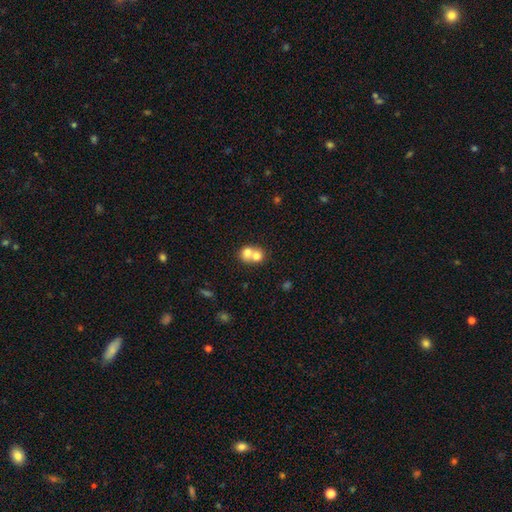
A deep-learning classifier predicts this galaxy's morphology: smooth-or-featured: smooth: 72% | featured or disk: 19% | star or artifact: 9%
  how-rounded: round: 70% | in between: 29% | cigar-shaped: 1%
  merging: merger: 71% | none: 22% | minor disturbance: 4% | major disturbance: 2%